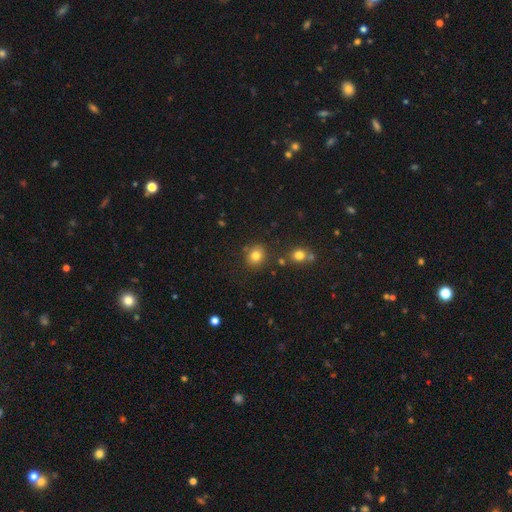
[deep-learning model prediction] This is likely a smooth galaxy (80%). How rounded: clearly round (85%). Merging: clearly none (83%).